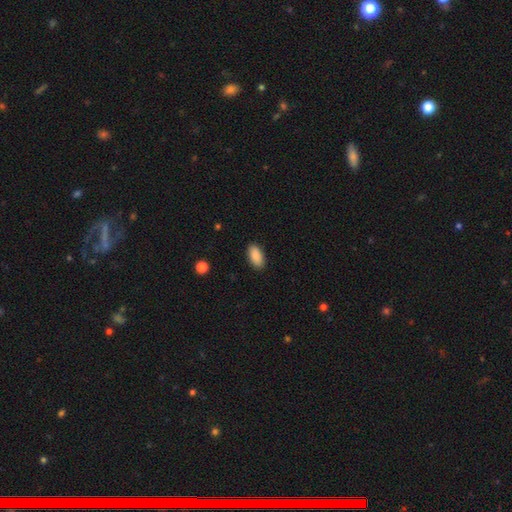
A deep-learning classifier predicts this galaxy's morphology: smooth-or-featured: smooth: 89% | star or artifact: 7% | featured or disk: 4%
  how-rounded: in between: 93% | cigar-shaped: 4% | round: 2%
  merging: none: 89% | minor disturbance: 8% | major disturbance: 2% | merger: 1%